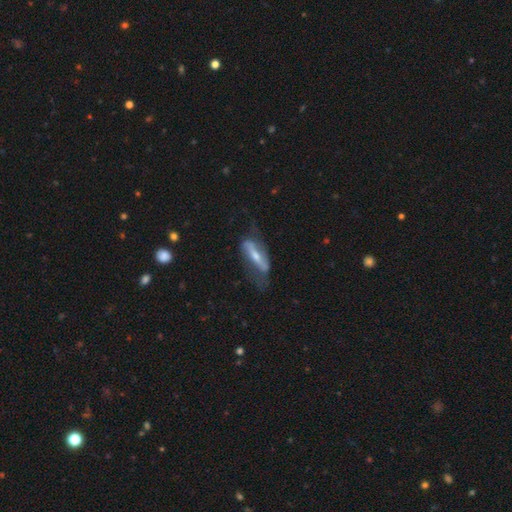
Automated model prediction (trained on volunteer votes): This is likely a featured or disk galaxy (68%). It is likely not viewed edge-on (66%). Merging: possibly none (53%).